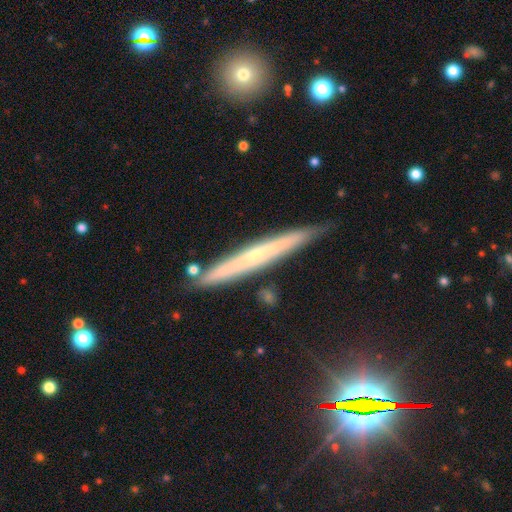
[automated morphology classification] The model was most divided on "smooth or featured": featured or disk: 58%, smooth: 34%, star or artifact: 8%. More confident: edge-on disk — yes (93%); merging — none (84%); edge-on bulge — none (62%).